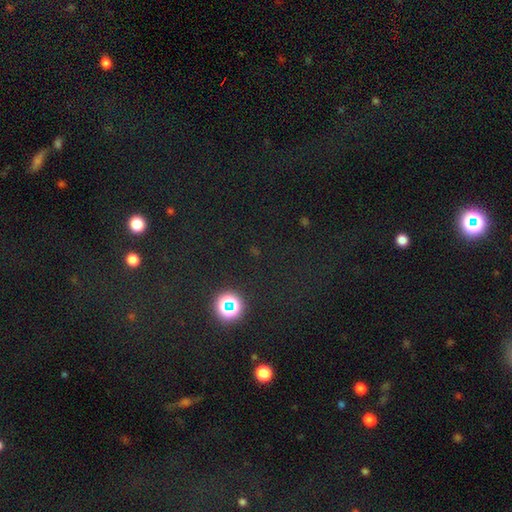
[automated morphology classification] This is likely a star or artifact rather than a galaxy (68%).